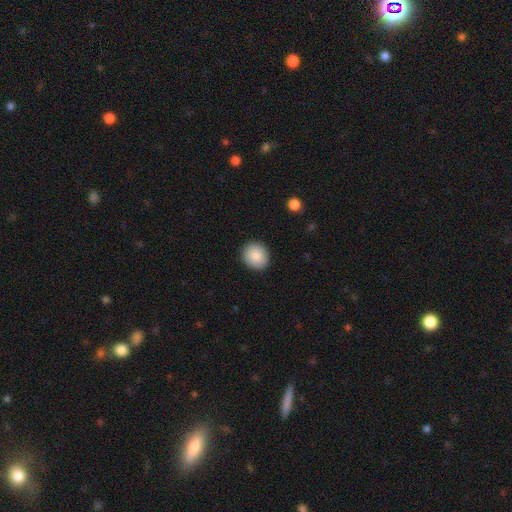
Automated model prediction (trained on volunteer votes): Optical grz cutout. It shows a smooth galaxy with no disk features (86%) that is round (81%). Merging: none (91%).